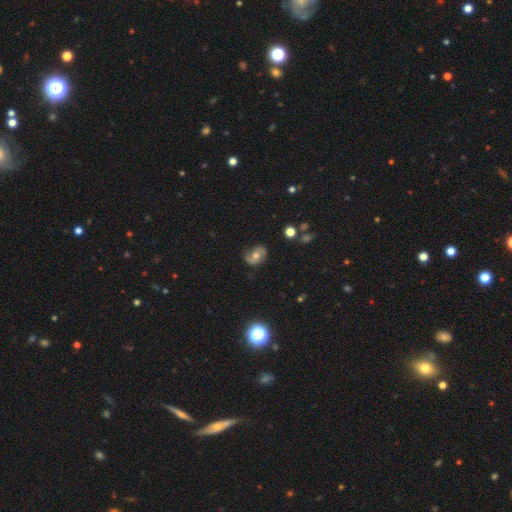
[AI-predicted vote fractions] Smooth or featured?
  - featured or disk: 56% *
  - smooth: 33%
  - star or artifact: 11%
Edge-on disk?
  - no: 96% *
  - yes: 4%
Bar?
  - no: 68% *
  - weak: 25%
  - strong: 8%
Spiral arms?
  - yes: 81% *
  - no: 19%
Bulge size?
  - moderate: 69% *
  - small: 23%
  - large: 5%
  - none: 2%
  - dominant: 1%
Merging?
  - none: 66% *
  - minor disturbance: 24%
  - major disturbance: 9%
  - merger: 2%